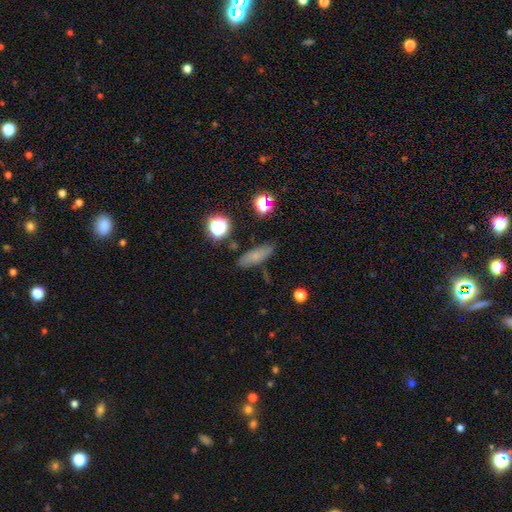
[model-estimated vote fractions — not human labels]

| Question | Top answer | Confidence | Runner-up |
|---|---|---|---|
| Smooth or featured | smooth | 70% | featured or disk (16%) |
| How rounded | in between | 49% | cigar-shaped (46%) |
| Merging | none | 82% | minor disturbance (12%) |